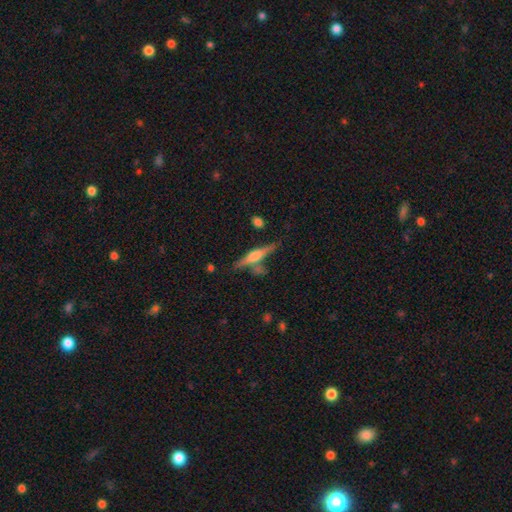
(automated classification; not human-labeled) Overall: featured or disk (59%; smooth 34%). Edge-on disk: yes (96%). Edge-on bulge: rounded (77%). Merging: none (71%).